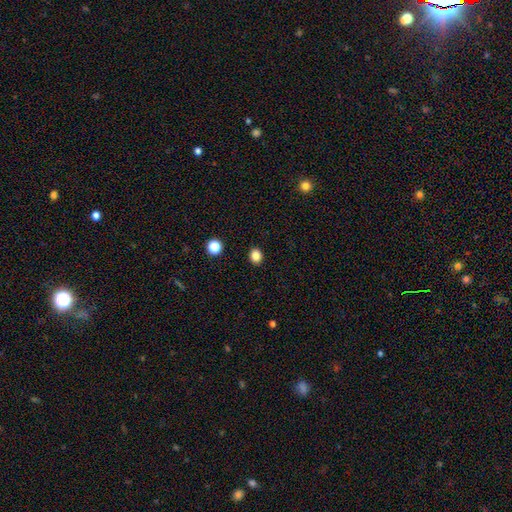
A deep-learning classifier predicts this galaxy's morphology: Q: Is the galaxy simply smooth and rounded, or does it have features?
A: smooth — 85%.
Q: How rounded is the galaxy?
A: round — 58%.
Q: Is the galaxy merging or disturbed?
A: none — 91%.